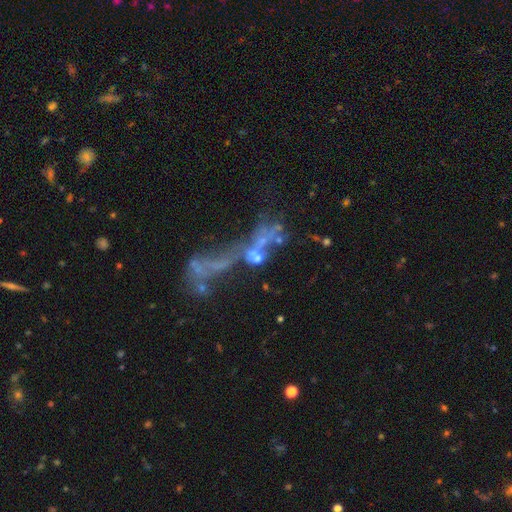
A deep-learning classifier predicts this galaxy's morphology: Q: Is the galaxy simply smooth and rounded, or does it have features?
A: featured or disk — 51%.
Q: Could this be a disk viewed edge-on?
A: no — 90%.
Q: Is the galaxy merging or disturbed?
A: merger — 51%.